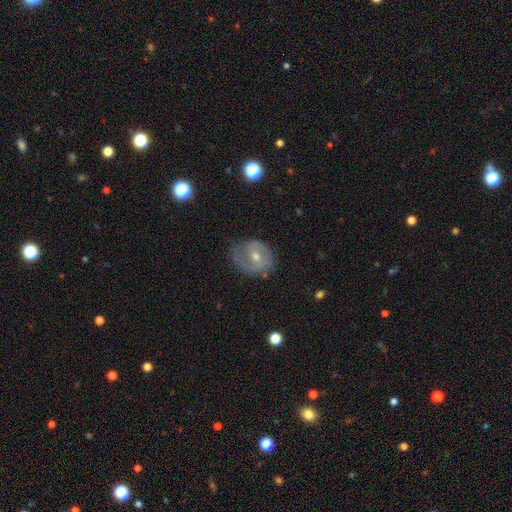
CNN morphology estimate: featured or disk 74%, smooth 18%, star or artifact 8%. Down the decision tree: edge-on disk — no (97%); bar — weak (46%); spiral arms — yes (85%); spiral arm count — 2 (67%); spiral winding — medium (42%); bulge size — small (48%, tied with moderate); merging — none (70%).